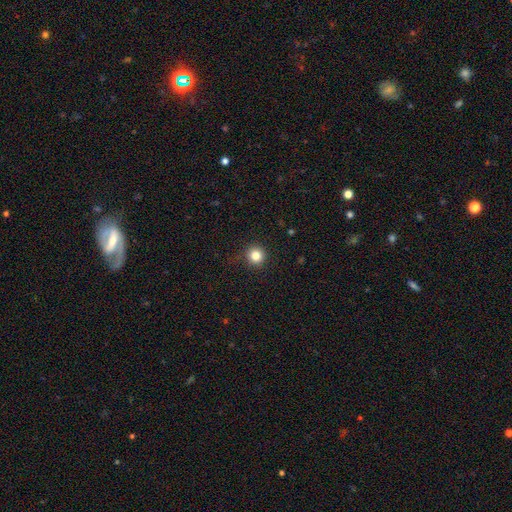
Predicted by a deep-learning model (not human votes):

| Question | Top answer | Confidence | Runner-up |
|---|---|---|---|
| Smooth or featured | smooth | 82% | star or artifact (12%) |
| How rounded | round | 95% | in between (4%) |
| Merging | none | 89% | minor disturbance (8%) |